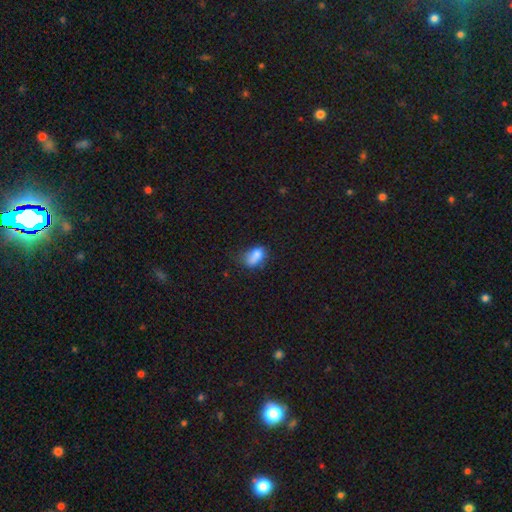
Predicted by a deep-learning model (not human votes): Smooth or featured: smooth — 79% (featured or disk — 11%)
How rounded: in between — 85% (round — 12%)
Merging: none — 38% (minor disturbance — 35%)